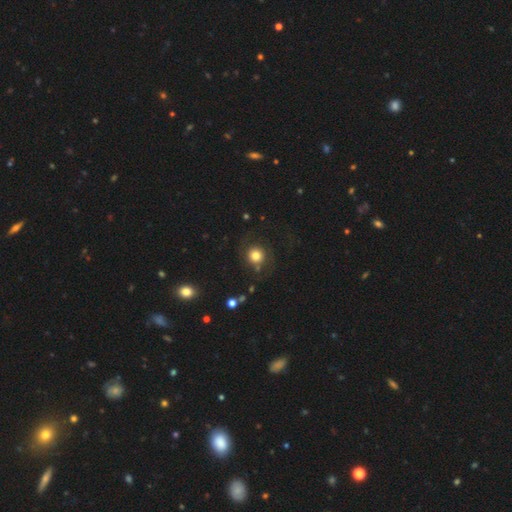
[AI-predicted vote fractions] A smooth galaxy with no disk features (74%) that is round (91%).

Vote fractions:
- Smooth or featured? smooth: 74% / featured or disk: 15% / star or artifact: 11%
- How rounded? round: 91% / in between: 8% / cigar-shaped: 1%
- Merging? none: 73% / minor disturbance: 13% / major disturbance: 11% / merger: 3%